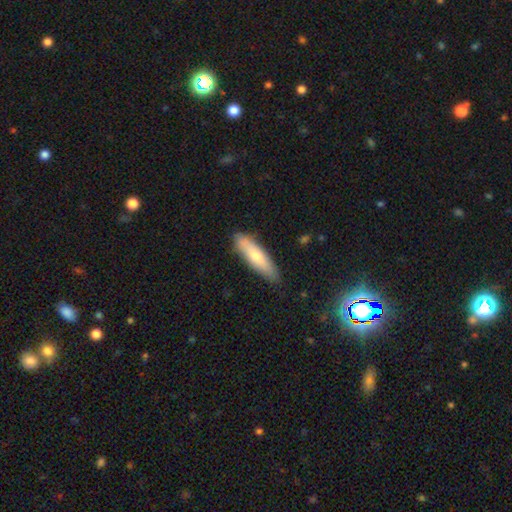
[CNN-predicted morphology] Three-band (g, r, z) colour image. It shows a smooth galaxy with no disk features (68%) that is cigar-shaped (67%). Merging: none (84%).